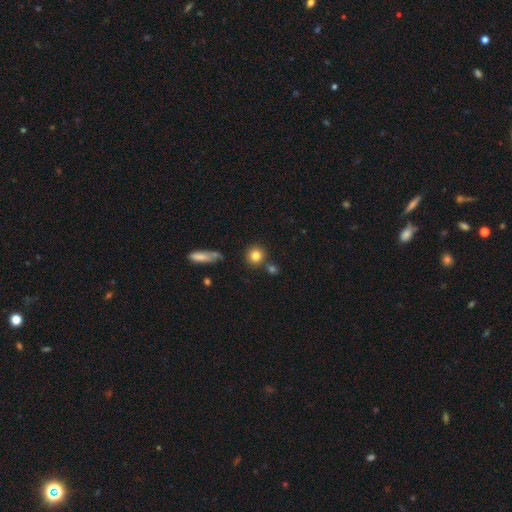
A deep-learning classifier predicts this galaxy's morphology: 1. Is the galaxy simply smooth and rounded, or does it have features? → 82% smooth, 11% star or artifact, 8% featured or disk.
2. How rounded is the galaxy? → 88% round, 10% in between, 2% cigar-shaped.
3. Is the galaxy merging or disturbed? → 75% none, 12% merger, 10% minor disturbance, 3% major disturbance.